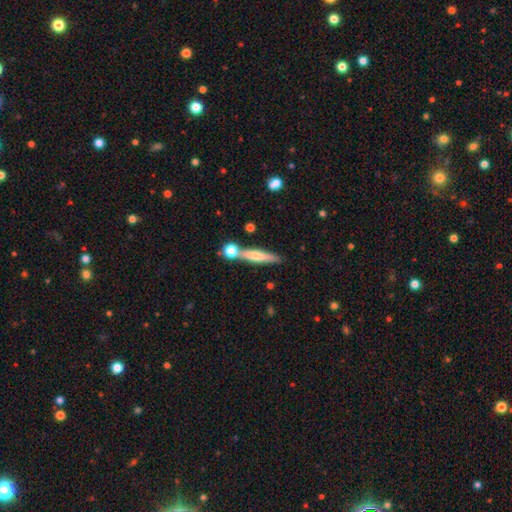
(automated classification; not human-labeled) Q: Smooth or featured?
A: smooth (55%); runner-up: featured or disk (37%)
Q: How rounded?
A: cigar-shaped (88%); runner-up: in between (9%)
Q: Merging?
A: none (68%); runner-up: merger (17%)